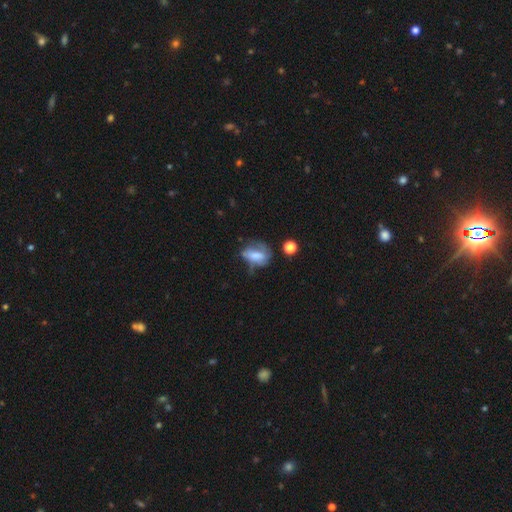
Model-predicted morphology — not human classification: A smooth galaxy with no disk features (56%) that is in between round and cigar-shaped (76%).

Vote fractions:
- Smooth or featured? smooth: 56% / featured or disk: 34% / star or artifact: 11%
- How rounded? in between: 76% / round: 19% / cigar-shaped: 5%
- Merging? none: 37% / minor disturbance: 32% / major disturbance: 26% / merger: 6%